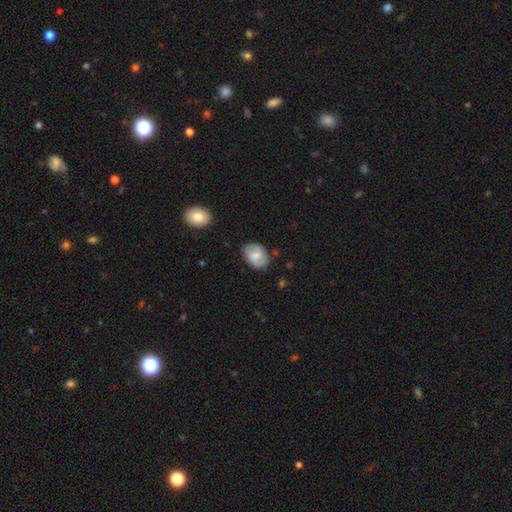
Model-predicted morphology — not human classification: A smooth galaxy with no disk features (69%) that is in between round and cigar-shaped (73%).

Vote fractions:
- Smooth or featured? smooth: 69% / featured or disk: 24% / star or artifact: 7%
- How rounded? in between: 73% / round: 26% / cigar-shaped: 1%
- Merging? none: 77% / minor disturbance: 18% / major disturbance: 4% / merger: 2%